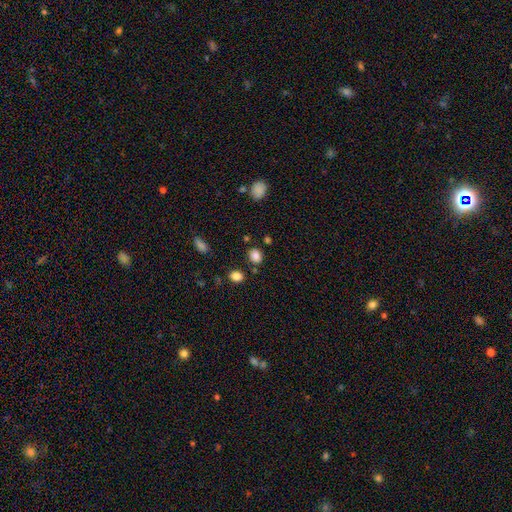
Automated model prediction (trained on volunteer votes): Morphology: type=smooth (84%); roundness=round (52%); merging=none (79%).